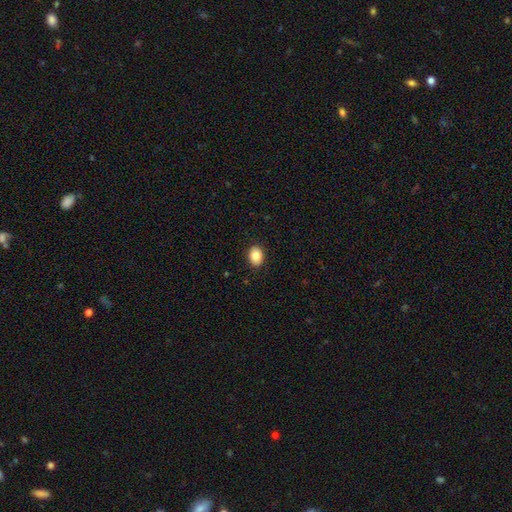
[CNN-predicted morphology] Smooth or featured? Predicted: smooth (p=0.84). How rounded? Predicted: in between (p=0.65). Merging? Predicted: none (p=0.90).